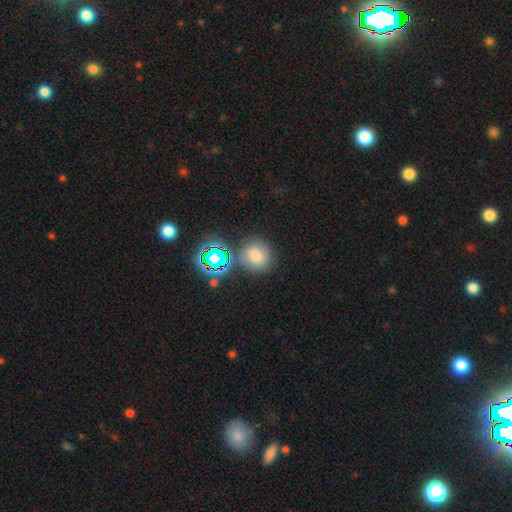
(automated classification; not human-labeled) Overall: smooth (60%; star or artifact 28%). How rounded: round (80%). Merging: none (74%).